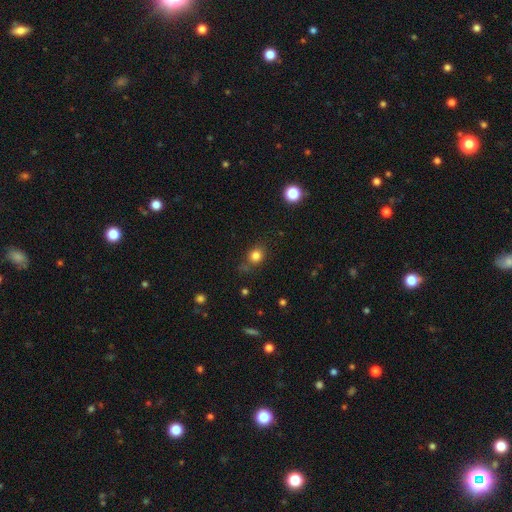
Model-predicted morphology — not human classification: Q: Smooth or featured?
A: smooth (82%); runner-up: star or artifact (13%)
Q: How rounded?
A: round (71%); runner-up: in between (28%)
Q: Merging?
A: none (73%); runner-up: minor disturbance (16%)